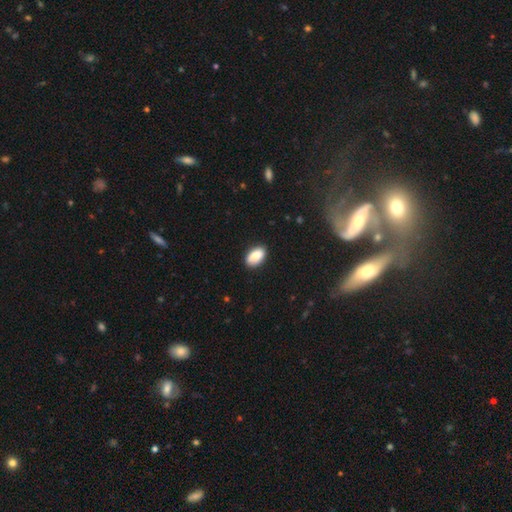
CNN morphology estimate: smooth-or-featured: smooth: 87% | star or artifact: 7% | featured or disk: 6%
  how-rounded: in between: 93% | round: 5% | cigar-shaped: 2%
  merging: none: 84% | minor disturbance: 13% | major disturbance: 2% | merger: 1%